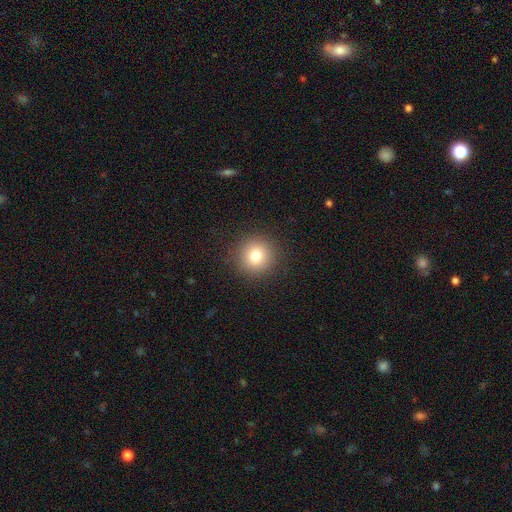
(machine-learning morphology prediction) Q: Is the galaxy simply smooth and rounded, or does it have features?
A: smooth — 79%.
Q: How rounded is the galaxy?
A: round — 94%.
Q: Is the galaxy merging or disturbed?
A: none — 91%.